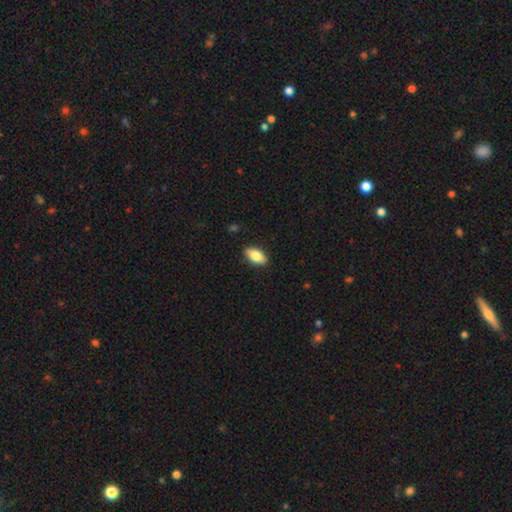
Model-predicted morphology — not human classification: This appears to be a smooth galaxy with no disk features (82%) that is in between round and cigar-shaped (91%). Merging: none (89%).